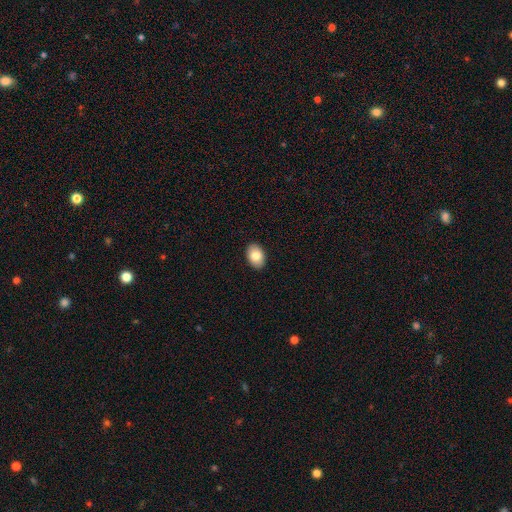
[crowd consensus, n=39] Q: Smooth or featured?
A: smooth (85%); runner-up: featured or disk (8%)
Q: How rounded?
A: in between (88%); runner-up: round (12%)
Q: Merging?
A: none (81%); runner-up: minor disturbance (11%)